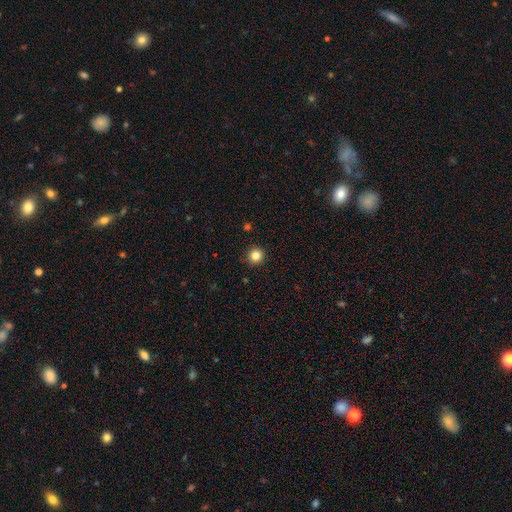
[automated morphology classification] This appears to be a smooth galaxy with no disk features (84%) that is round (95%). Merging: none (92%).